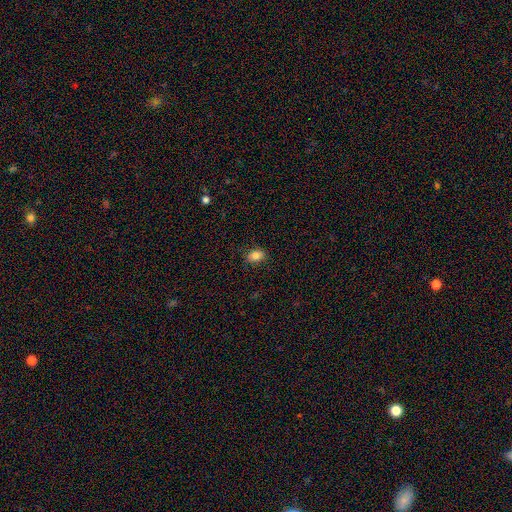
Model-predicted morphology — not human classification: Smooth or featured: smooth — 84% (star or artifact — 10%)
How rounded: in between — 79% (round — 20%)
Merging: none — 84% (minor disturbance — 12%)